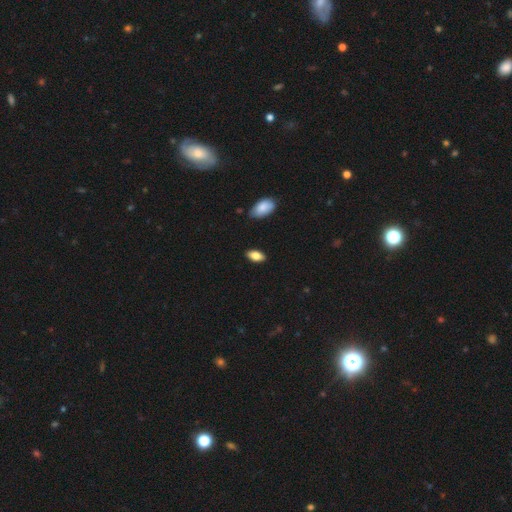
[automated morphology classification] Smooth or featured: smooth — 80% (featured or disk — 12%)
How rounded: in between — 91% (cigar-shaped — 6%)
Merging: none — 87% (minor disturbance — 10%)